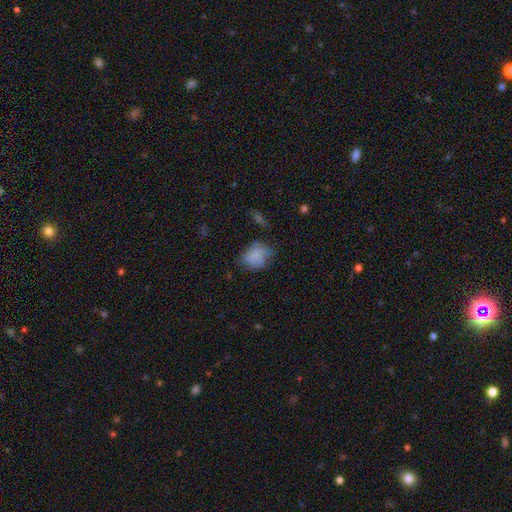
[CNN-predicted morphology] smooth-or-featured: smooth: 73% | featured or disk: 16% | star or artifact: 11%
  how-rounded: in between: 57% | round: 42% | cigar-shaped: 1%
  merging: none: 54% | minor disturbance: 29% | major disturbance: 14% | merger: 4%